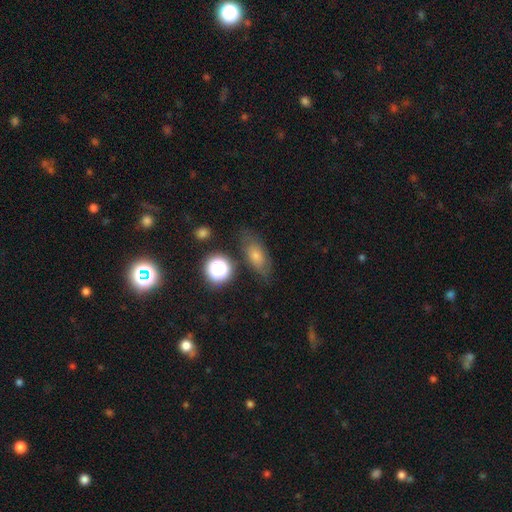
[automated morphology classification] smooth-or-featured: smooth: 49% | featured or disk: 27% | star or artifact: 24%
  merging: none: 75% | minor disturbance: 17% | major disturbance: 5% | merger: 3%